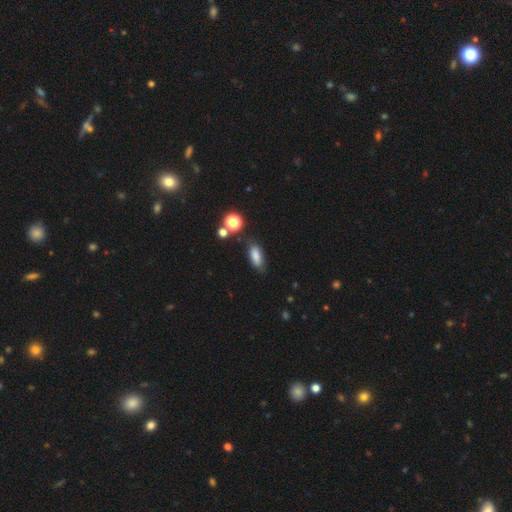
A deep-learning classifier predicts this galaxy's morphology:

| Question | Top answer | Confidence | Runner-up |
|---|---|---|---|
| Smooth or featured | smooth | 80% | star or artifact (10%) |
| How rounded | in between | 78% | cigar-shaped (17%) |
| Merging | none | 72% | minor disturbance (18%) |